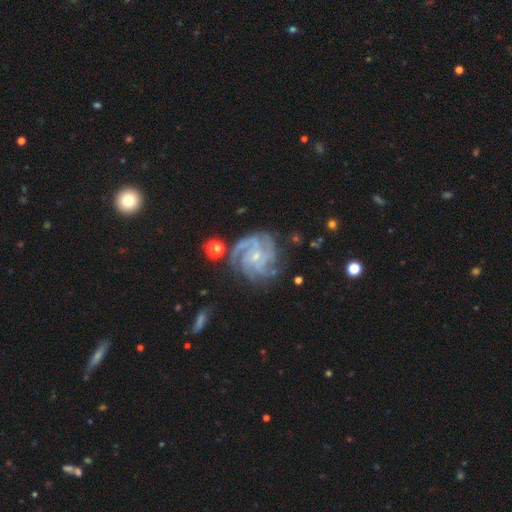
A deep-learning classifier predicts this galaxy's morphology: featured or disk 89%, star or artifact 6%, smooth 5%. Down the decision tree: edge-on disk — no (98%); bar — no (66%); spiral arms — yes (98%); spiral arm count — 4 (38%); spiral winding — tight (60%); bulge size — small (78%); merging — none (72%).